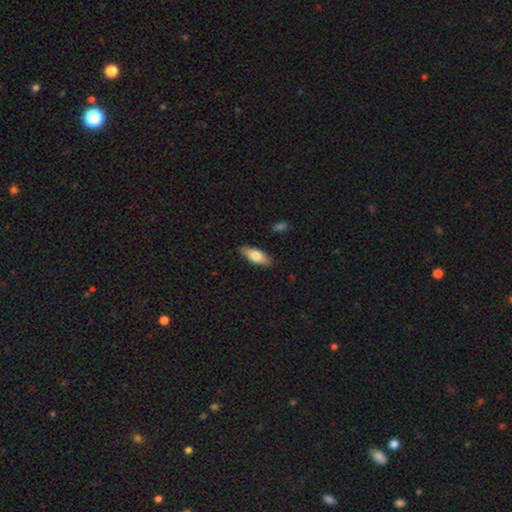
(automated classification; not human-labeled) smooth-or-featured: smooth: 71% | featured or disk: 23% | star or artifact: 6%
  how-rounded: in between: 69% | cigar-shaped: 28% | round: 2%
  merging: none: 87% | minor disturbance: 10% | major disturbance: 2% | merger: 1%